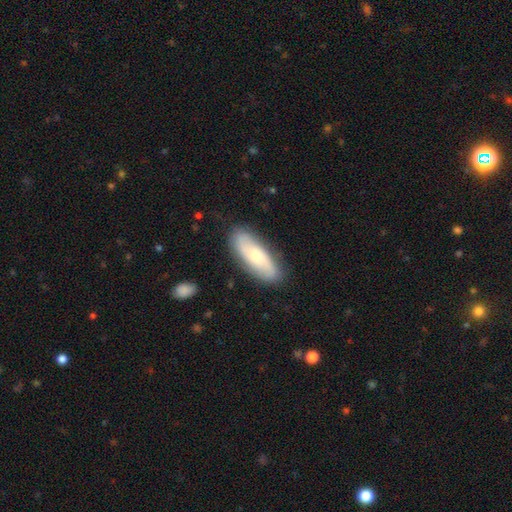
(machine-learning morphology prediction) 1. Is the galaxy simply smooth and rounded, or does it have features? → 50% smooth, 44% featured or disk, 6% star or artifact.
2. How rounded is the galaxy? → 68% in between, 30% cigar-shaped, 2% round.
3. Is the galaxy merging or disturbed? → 84% none, 12% minor disturbance, 3% major disturbance, 2% merger.